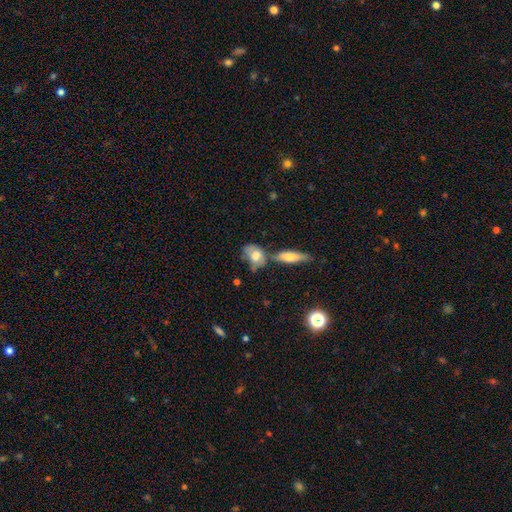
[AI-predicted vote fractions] Smooth or featured?
  - smooth: 67% *
  - featured or disk: 26%
  - star or artifact: 7%
How rounded?
  - in between: 75% *
  - round: 20%
  - cigar-shaped: 5%
Merging?
  - merger: 34% *
  - none: 33%
  - minor disturbance: 21%
  - major disturbance: 11%